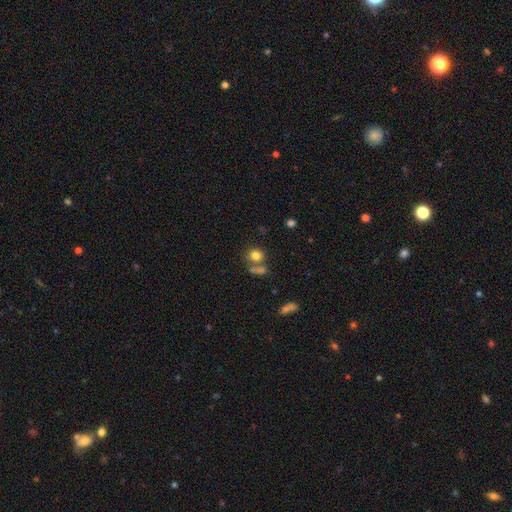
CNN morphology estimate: smooth 79%, star or artifact 12%, featured or disk 9%. Down the decision tree: how rounded — round (74%); merging — none (59%).